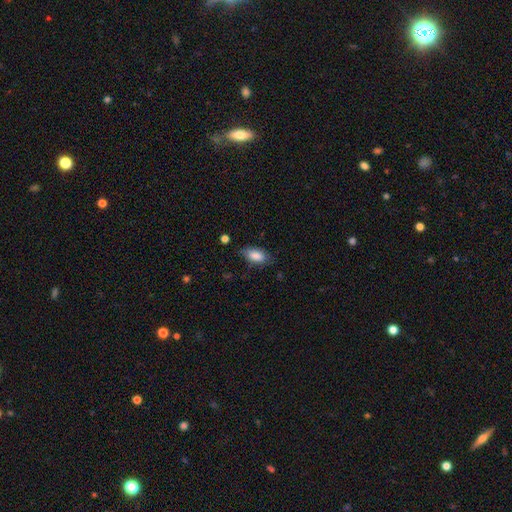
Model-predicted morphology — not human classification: This appears to be a smooth galaxy with no disk features (84%) that is in between round and cigar-shaped (90%). Merging: none (69%).